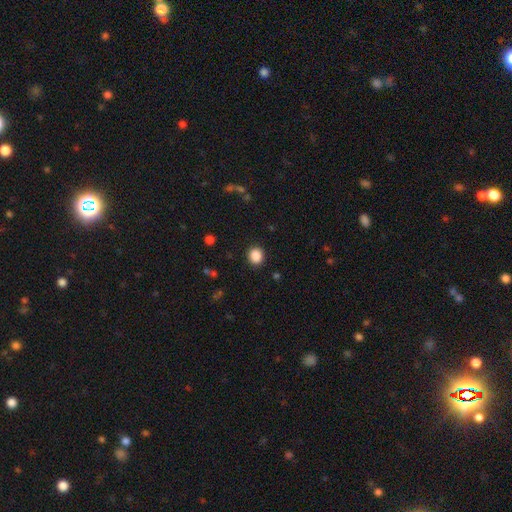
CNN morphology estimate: This appears to be a smooth galaxy with no disk features (88%) that is round (78%). Merging: none (90%).